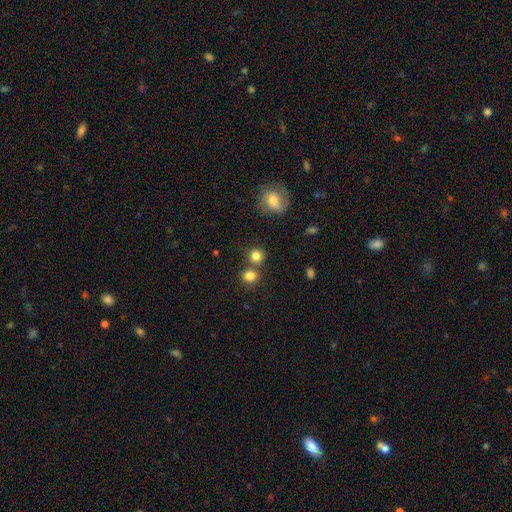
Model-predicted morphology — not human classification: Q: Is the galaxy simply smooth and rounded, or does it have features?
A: smooth — 82%.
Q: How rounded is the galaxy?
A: round — 86%.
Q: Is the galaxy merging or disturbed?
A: none — 64%.